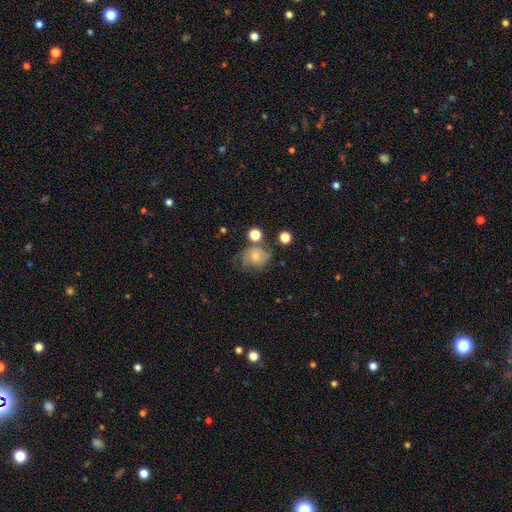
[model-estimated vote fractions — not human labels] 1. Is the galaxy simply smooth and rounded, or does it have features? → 53% featured or disk, 32% smooth, 15% star or artifact.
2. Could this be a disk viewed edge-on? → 97% no, 3% yes.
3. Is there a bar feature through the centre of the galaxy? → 77% no, 19% weak, 3% strong.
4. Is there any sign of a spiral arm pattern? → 82% yes, 18% no.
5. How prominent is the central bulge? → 47% small, 46% moderate, 3% none, 3% large, 1% dominant.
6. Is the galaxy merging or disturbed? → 58% none, 22% minor disturbance, 12% major disturbance, 7% merger.